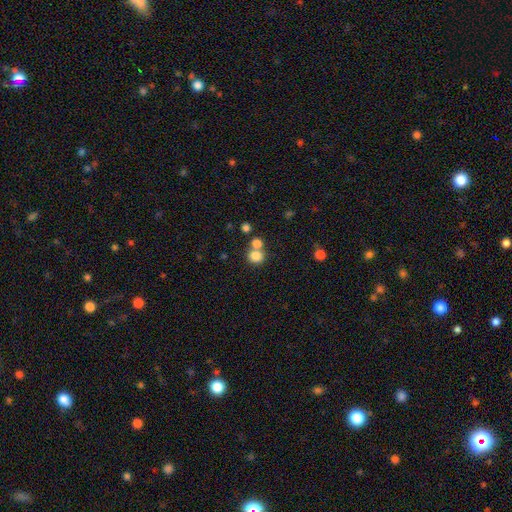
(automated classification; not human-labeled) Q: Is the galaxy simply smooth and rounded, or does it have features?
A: smooth — 81%.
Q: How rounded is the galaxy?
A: round — 80%.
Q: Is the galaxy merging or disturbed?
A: none — 52%.